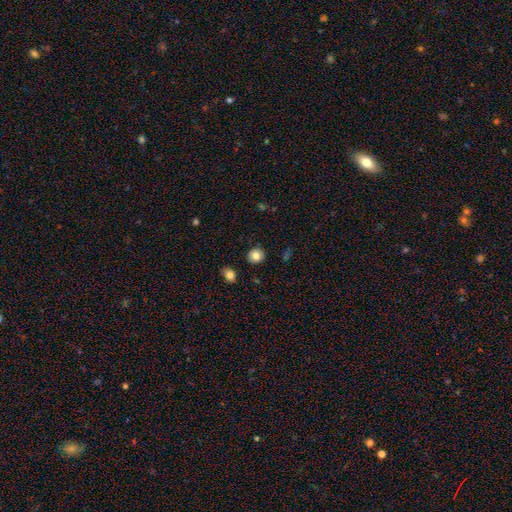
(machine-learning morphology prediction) This appears to be a smooth galaxy with no disk features (81%) that is round (85%). Merging: none (90%).